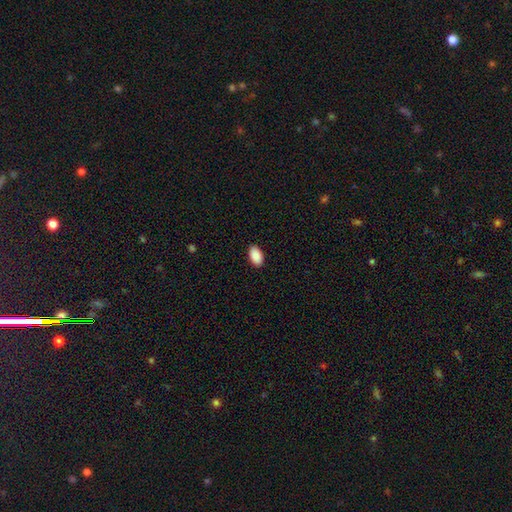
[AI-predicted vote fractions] A smooth galaxy with no disk features (90%) that is in between round and cigar-shaped (94%). Merging: none (90%).